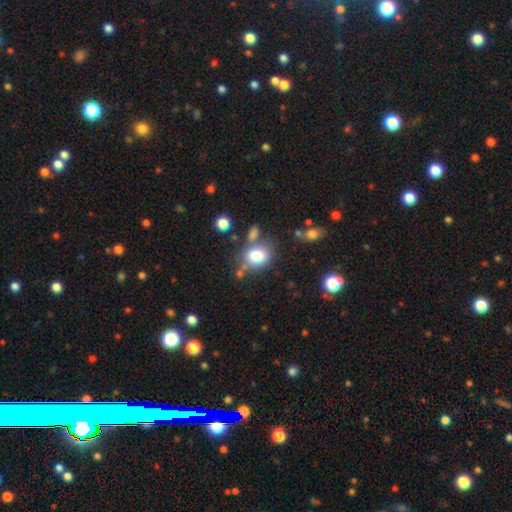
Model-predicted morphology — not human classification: smooth-or-featured: smooth: 80% | star or artifact: 10% | featured or disk: 10%
  how-rounded: in between: 57% | round: 42% | cigar-shaped: 1%
  merging: none: 60% | minor disturbance: 17% | merger: 16% | major disturbance: 7%